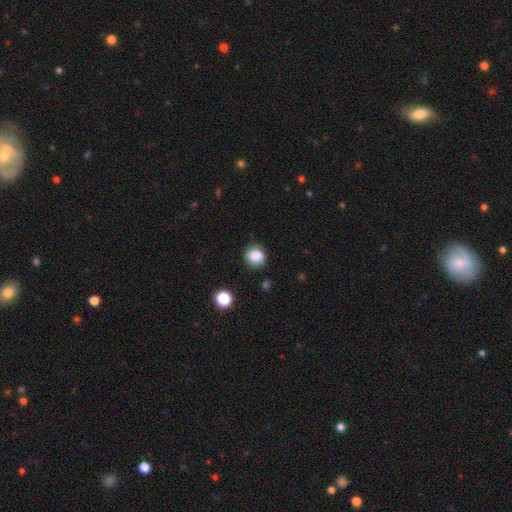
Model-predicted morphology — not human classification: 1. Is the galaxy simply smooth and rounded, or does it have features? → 84% smooth, 10% star or artifact, 6% featured or disk.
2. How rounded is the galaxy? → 78% round, 21% in between, 1% cigar-shaped.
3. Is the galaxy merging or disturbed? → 82% none, 13% minor disturbance, 3% major disturbance, 2% merger.